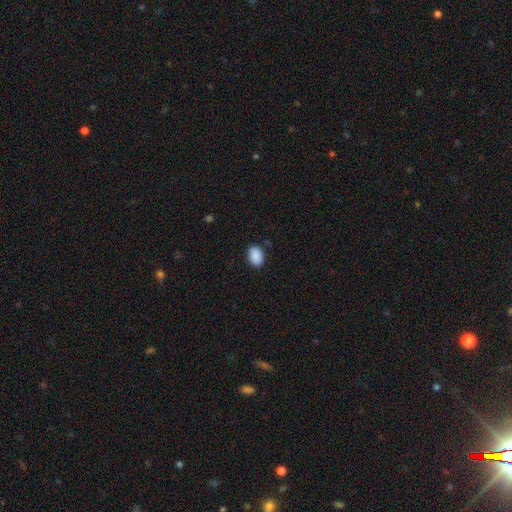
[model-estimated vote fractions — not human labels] Smooth or featured? Predicted: smooth (p=0.90). How rounded? Predicted: in between (p=0.83). Merging? Predicted: none (p=0.87).